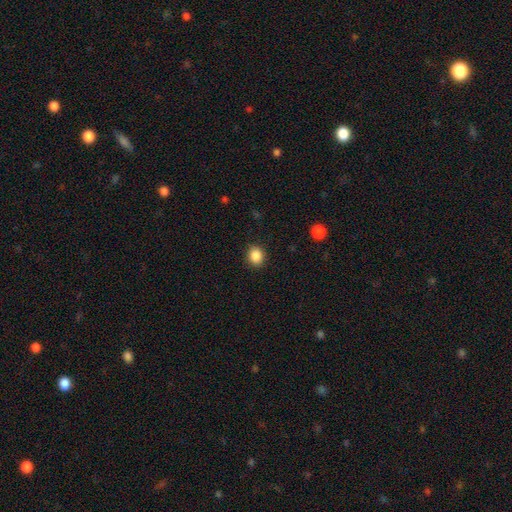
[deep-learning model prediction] A smooth galaxy with no disk features (87%) that is round (67%). Merging: none (89%).